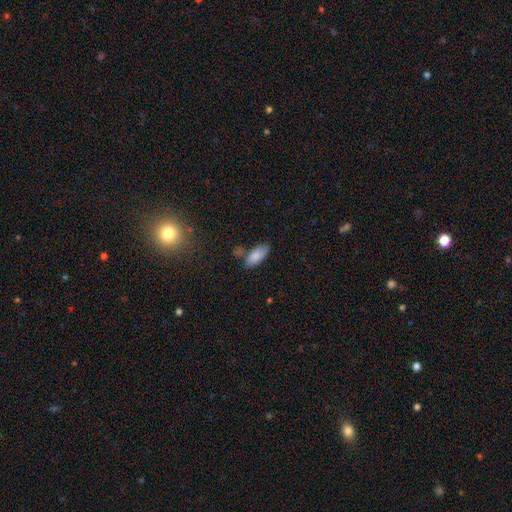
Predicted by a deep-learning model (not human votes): A smooth galaxy with no disk features (82%) that is in between round and cigar-shaped (85%). Merging: none (61%).